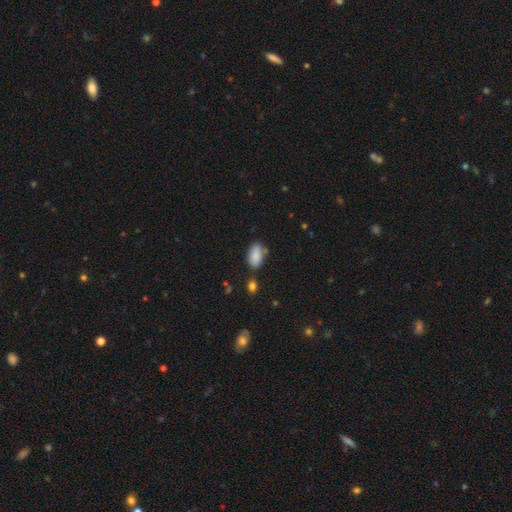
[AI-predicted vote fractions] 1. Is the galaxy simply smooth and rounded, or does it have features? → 87% smooth, 7% star or artifact, 6% featured or disk.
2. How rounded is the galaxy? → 93% in between, 4% round, 2% cigar-shaped.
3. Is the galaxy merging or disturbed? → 68% none, 21% minor disturbance, 7% merger, 4% major disturbance.